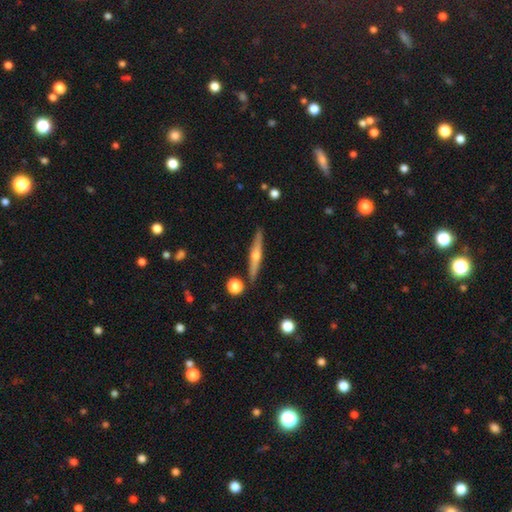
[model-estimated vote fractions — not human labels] A featured or disk galaxy (70%) viewed edge-on (97%) with a rounded central bulge (91%). Merging: none (89%).